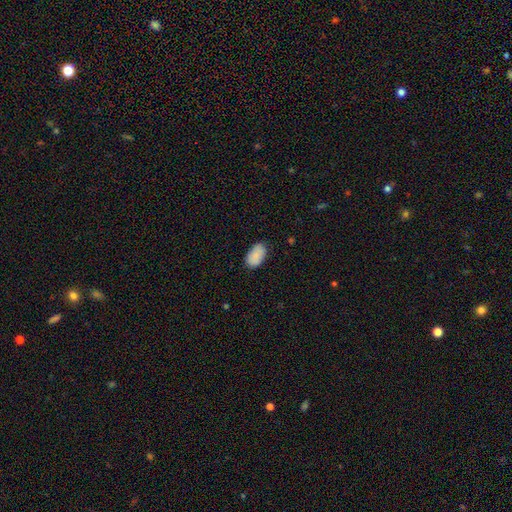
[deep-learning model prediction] A smooth galaxy with no disk features (89%) that is in between round and cigar-shaped (94%). Merging: none (79%).